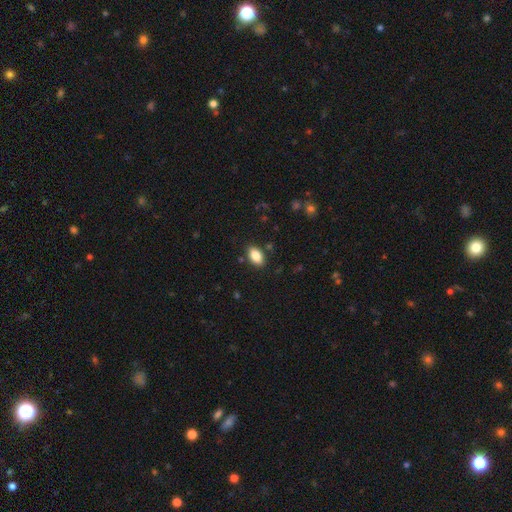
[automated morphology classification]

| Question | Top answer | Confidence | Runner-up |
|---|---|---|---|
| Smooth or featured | smooth | 85% | star or artifact (8%) |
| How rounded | in between | 92% | round (6%) |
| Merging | none | 86% | minor disturbance (10%) |